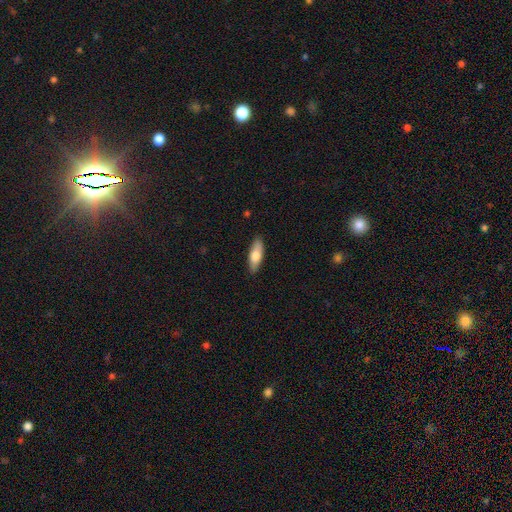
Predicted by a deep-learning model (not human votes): smooth 70%, featured or disk 24%, star or artifact 6%. Down the decision tree: how rounded — in between (59%); merging — none (88%).